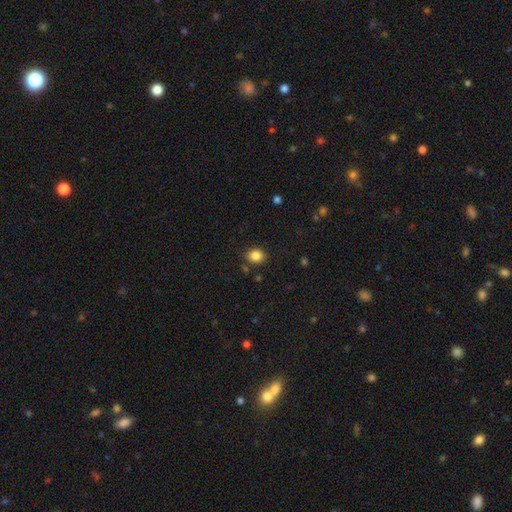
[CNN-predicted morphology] type=smooth (85%); roundness=round (60%); merging=none (85%).